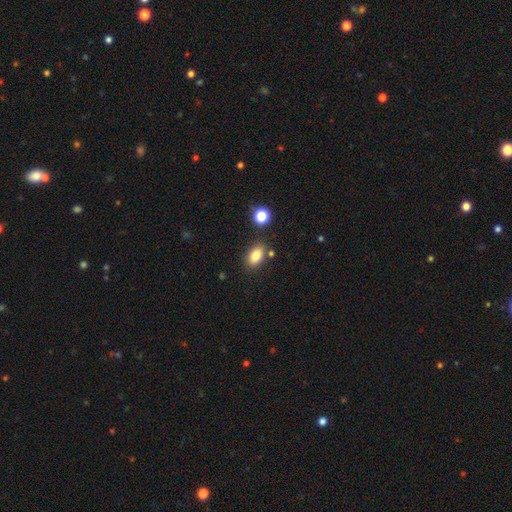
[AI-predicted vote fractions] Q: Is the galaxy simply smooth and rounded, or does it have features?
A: smooth — 81%.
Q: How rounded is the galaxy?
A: in between — 87%.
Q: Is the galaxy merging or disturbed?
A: none — 80%.